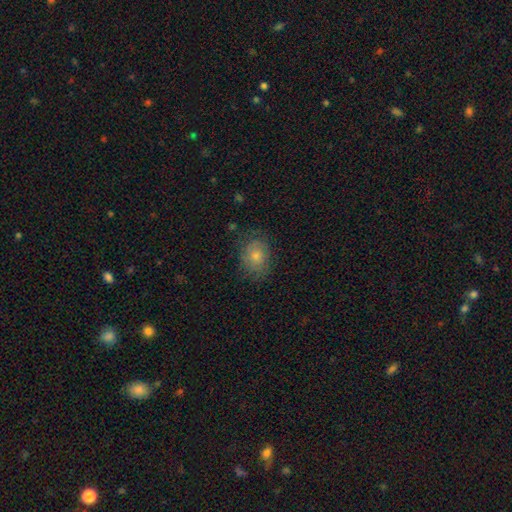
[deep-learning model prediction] The model was most divided on "how rounded": in between: 53%, round: 46%, cigar-shaped: 1%. More confident: merging — none (74%); smooth or featured — smooth (64%).